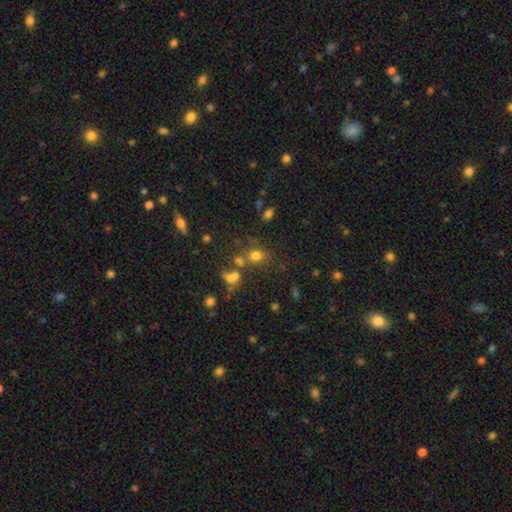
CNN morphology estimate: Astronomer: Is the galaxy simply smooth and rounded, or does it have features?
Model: smooth — 71%.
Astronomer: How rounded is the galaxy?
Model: round — 56% (runner-up: in between, 42%).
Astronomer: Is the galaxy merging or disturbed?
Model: none — 63%.